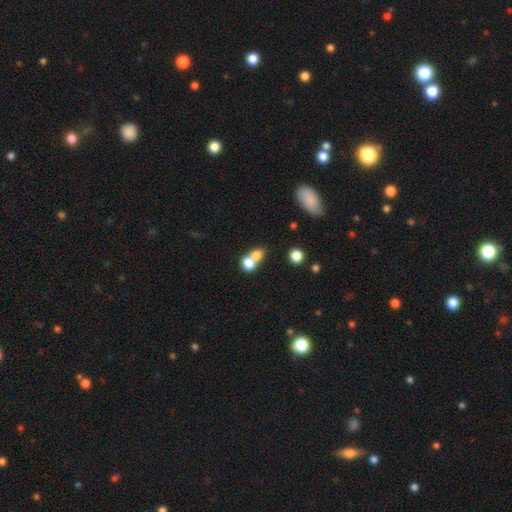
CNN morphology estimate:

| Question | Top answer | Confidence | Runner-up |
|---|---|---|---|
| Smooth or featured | smooth | 76% | featured or disk (14%) |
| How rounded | round | 63% | in between (35%) |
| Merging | merger | 62% | none (29%) |